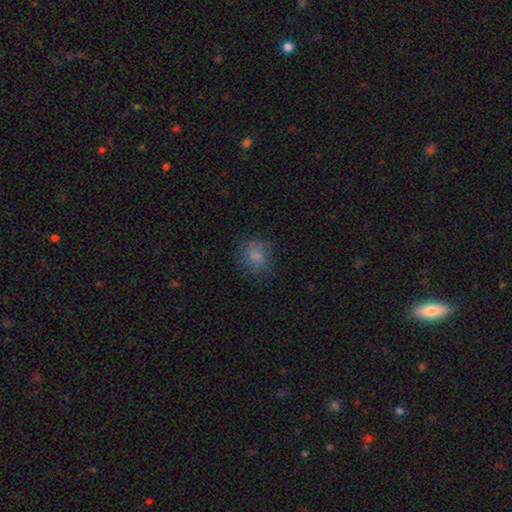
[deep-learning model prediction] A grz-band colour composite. It shows a smooth galaxy with no disk features (74%) that is round (74%). Merging: none (71%).